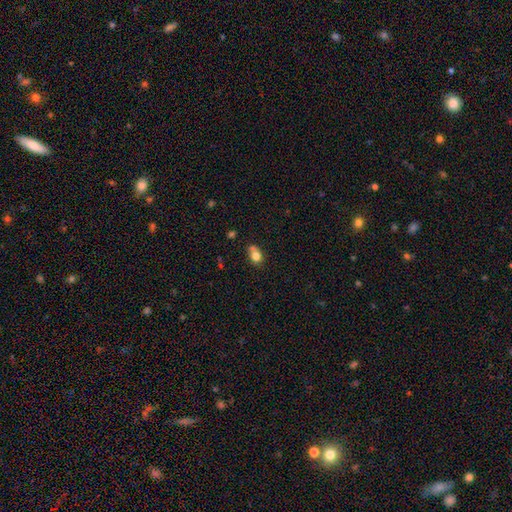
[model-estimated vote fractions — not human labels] A smooth galaxy with no disk features (78%) that is round (53%).

Vote fractions:
- Smooth or featured? smooth: 78% / featured or disk: 11% / star or artifact: 11%
- How rounded? round: 53% / in between: 46% / cigar-shaped: 1%
- Merging? none: 47% / merger: 25% / minor disturbance: 21% / major disturbance: 7%